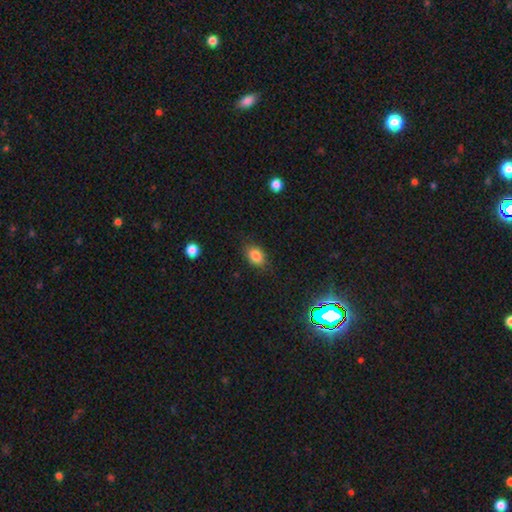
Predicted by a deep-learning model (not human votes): Overall: smooth (83%). How rounded: in between (75%). Merging: none (80%).